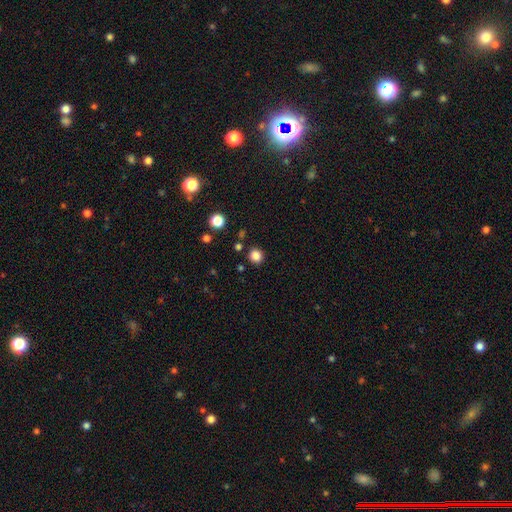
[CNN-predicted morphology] smooth 84%, star or artifact 13%, featured or disk 4%. Down the decision tree: how rounded — round (89%); merging — none (89%).